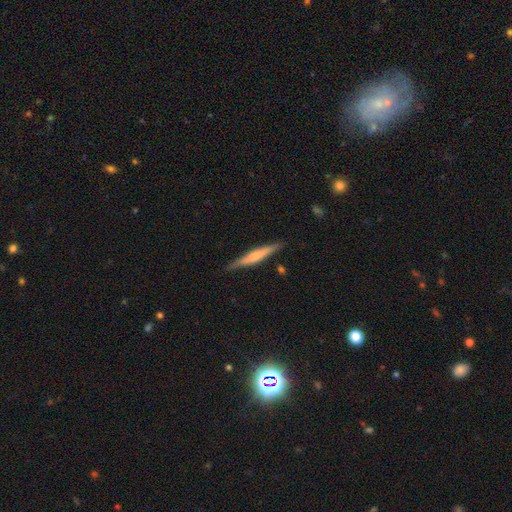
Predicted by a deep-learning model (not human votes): Smooth or featured? featured or disk (50%)
Merging? none (86%)